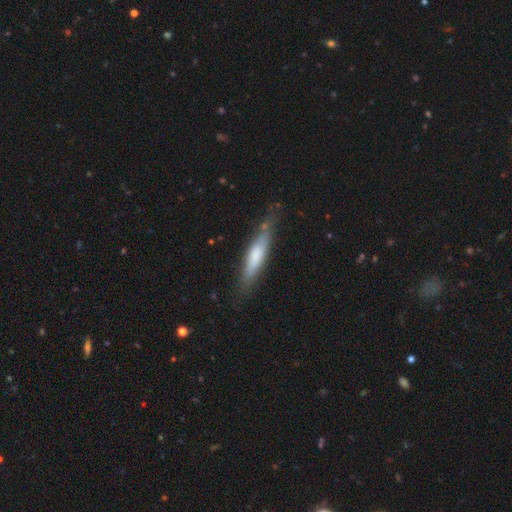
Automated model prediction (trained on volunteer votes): Smooth or featured?
  - smooth: 60% *
  - featured or disk: 34%
  - star or artifact: 6%
How rounded?
  - cigar-shaped: 82% *
  - in between: 17%
  - round: 1%
Merging?
  - none: 70% *
  - minor disturbance: 21%
  - major disturbance: 6%
  - merger: 3%